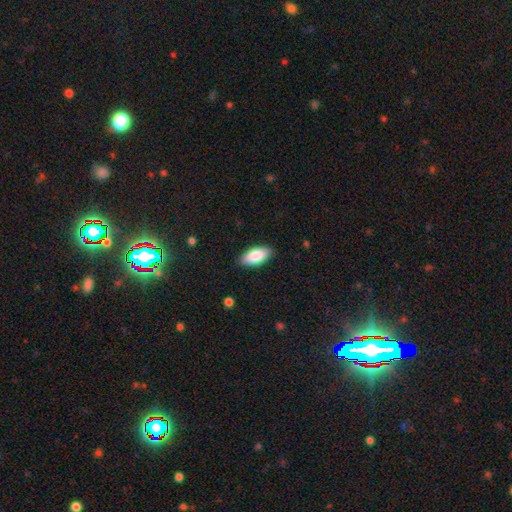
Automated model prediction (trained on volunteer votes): Smooth or featured: smooth — 85% (featured or disk — 9%)
How rounded: in between — 91% (cigar-shaped — 7%)
Merging: none — 86% (minor disturbance — 11%)